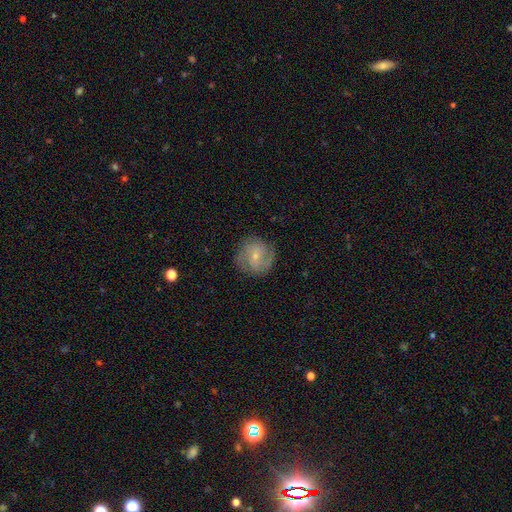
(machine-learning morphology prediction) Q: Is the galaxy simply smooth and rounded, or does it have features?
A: featured or disk — 61%.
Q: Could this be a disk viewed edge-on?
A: no — 97%.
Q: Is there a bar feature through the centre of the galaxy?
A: no — 48%.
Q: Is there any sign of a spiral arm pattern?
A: yes — 87%.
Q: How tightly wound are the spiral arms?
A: medium — 45%.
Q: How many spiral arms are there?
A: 2 — 68%.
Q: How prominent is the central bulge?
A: small — 69%.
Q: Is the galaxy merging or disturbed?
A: none — 78%.